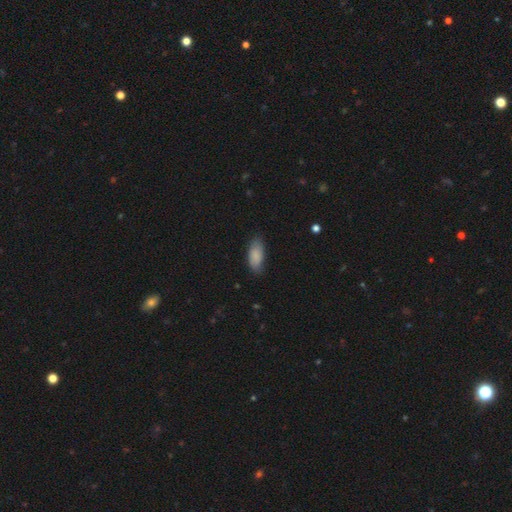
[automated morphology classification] smooth 86%, featured or disk 8%, star or artifact 6%. Down the decision tree: how rounded — in between (86%); merging — none (76%).